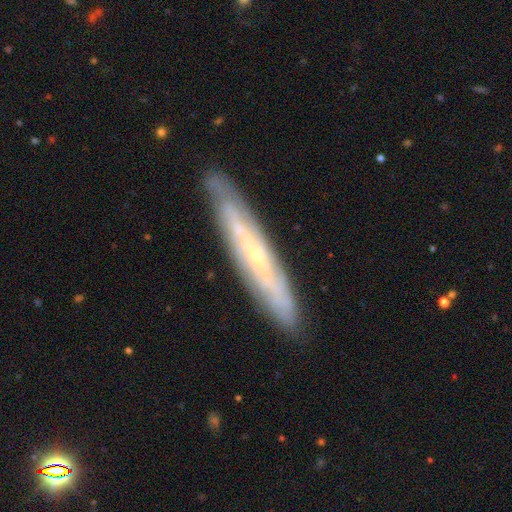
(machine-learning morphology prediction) Q: Smooth or featured?
A: featured or disk (71%); runner-up: smooth (23%)
Q: Edge-on disk?
A: yes (60%); runner-up: no (40%)
Q: Merging?
A: none (84%); runner-up: minor disturbance (12%)